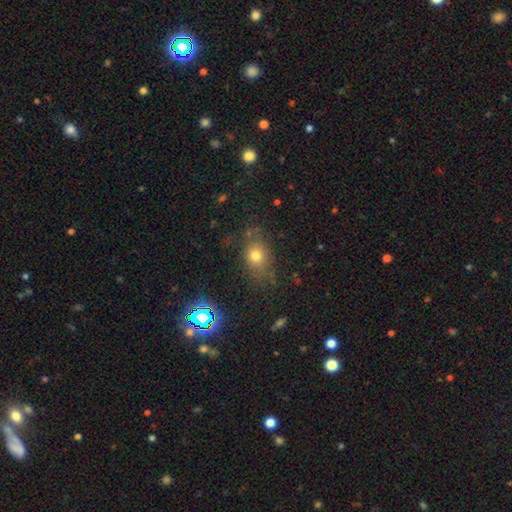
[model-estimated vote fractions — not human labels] Smooth or featured? Predicted: smooth (p=0.70). How rounded? Predicted: in between (p=0.61). Merging? Predicted: none (p=0.72).